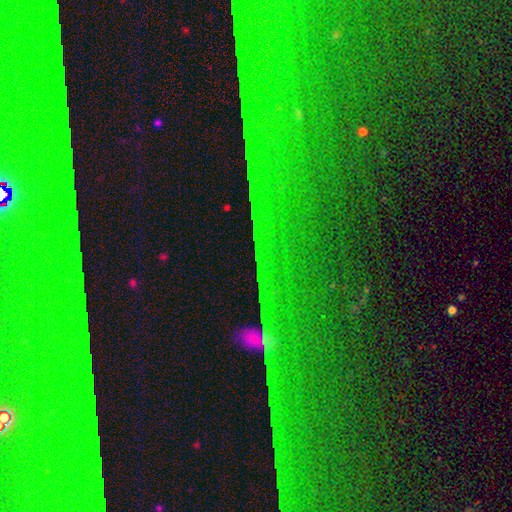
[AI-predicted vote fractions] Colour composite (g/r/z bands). It shows a star or artifact, not a galaxy (82%).